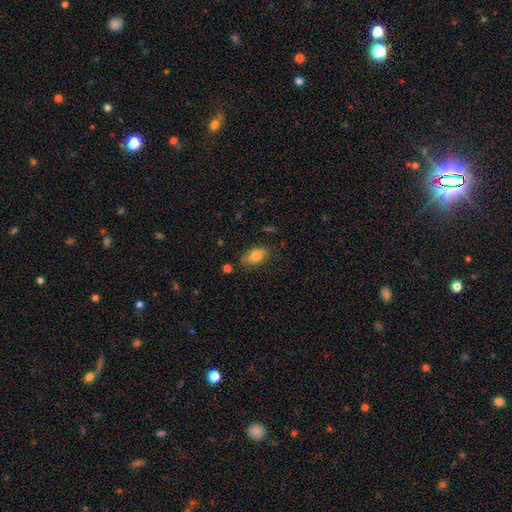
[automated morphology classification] The model was most divided on "merging": none: 78%, minor disturbance: 16%, major disturbance: 3%, merger: 2%. More confident: how rounded — in between (90%); smooth or featured — smooth (80%).